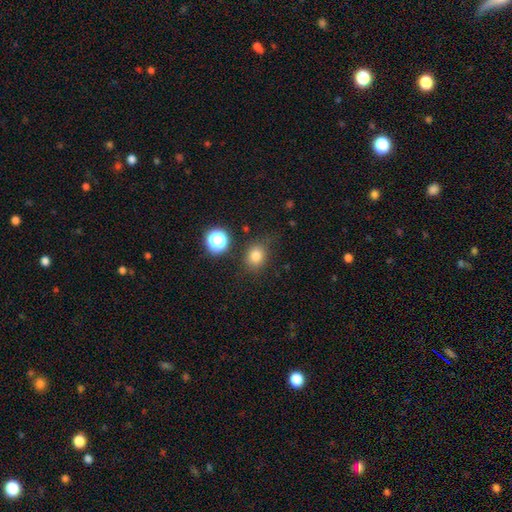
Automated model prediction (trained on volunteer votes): Q: Smooth or featured?
A: smooth (79%); runner-up: star or artifact (15%)
Q: How rounded?
A: round (62%); runner-up: in between (37%)
Q: Merging?
A: none (76%); runner-up: minor disturbance (15%)